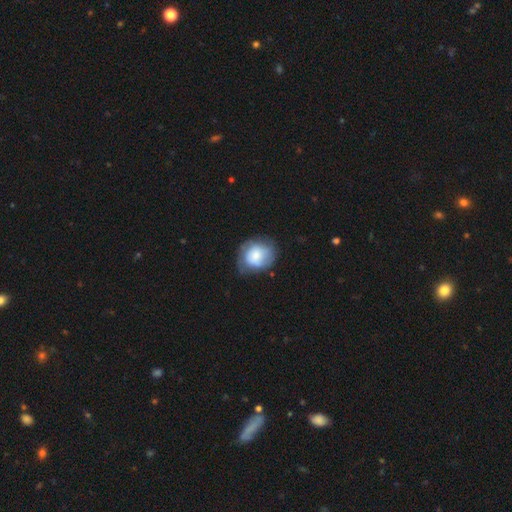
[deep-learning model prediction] Smooth or featured? Predicted: smooth (p=0.63). How rounded? Predicted: round (p=0.66). Merging? Predicted: none (p=0.57).